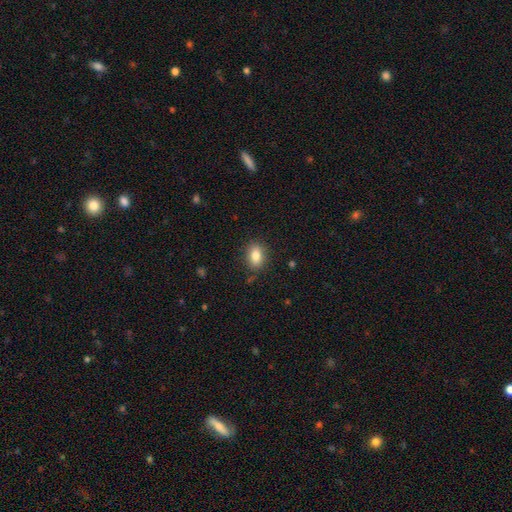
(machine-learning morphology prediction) Smooth or featured: smooth — 84% (star or artifact — 9%)
How rounded: in between — 78% (round — 20%)
Merging: none — 85% (minor disturbance — 11%)